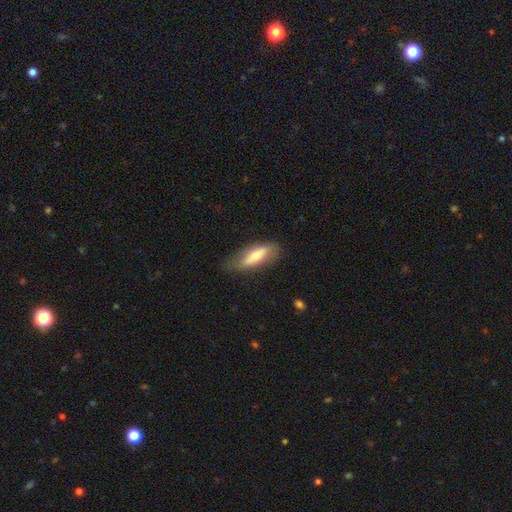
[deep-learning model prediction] Smooth or featured: smooth — 62% (featured or disk — 32%)
How rounded: in between — 58% (cigar-shaped — 39%)
Merging: none — 68% (minor disturbance — 23%)